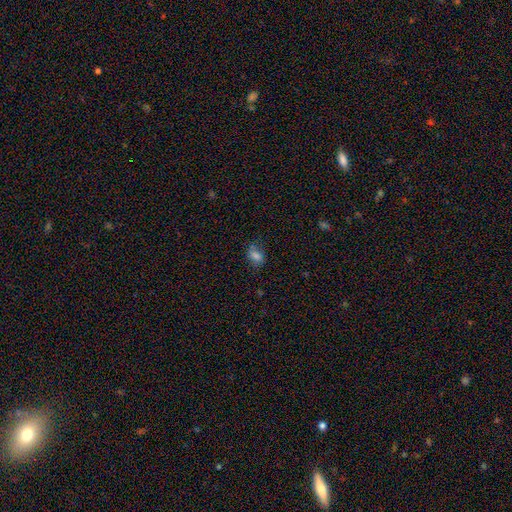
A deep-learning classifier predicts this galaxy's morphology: Smooth or featured? Predicted: smooth (p=0.73). How rounded? Predicted: in between (p=0.72). Merging? Predicted: none (p=0.59).